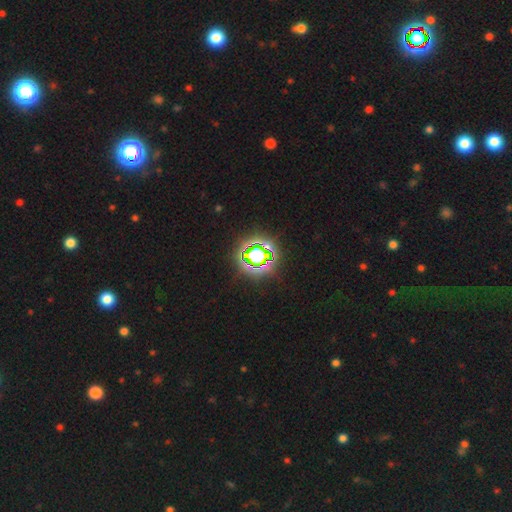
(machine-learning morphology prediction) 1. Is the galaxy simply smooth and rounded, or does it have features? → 69% star or artifact, 18% smooth, 13% featured or disk.